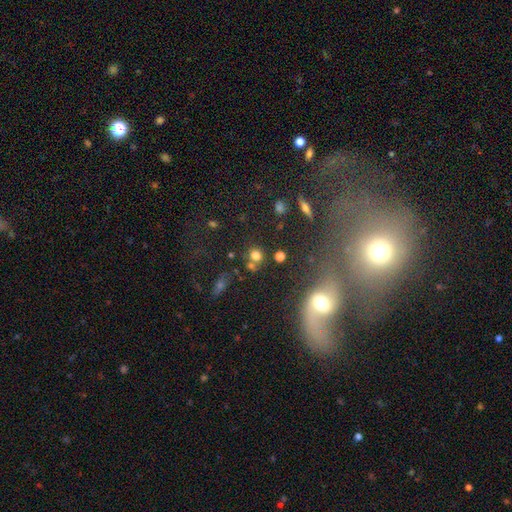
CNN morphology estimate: Smooth or featured?
  - smooth: 72% *
  - star or artifact: 19%
  - featured or disk: 9%
How rounded?
  - round: 80% *
  - in between: 18%
  - cigar-shaped: 1%
Merging?
  - none: 67% *
  - merger: 19%
  - minor disturbance: 10%
  - major disturbance: 4%